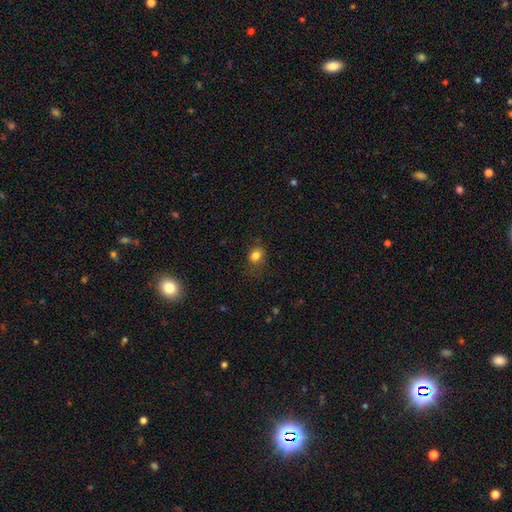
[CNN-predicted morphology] Smooth or featured? smooth (81%)
How rounded? round (58%)
Merging? none (73%)